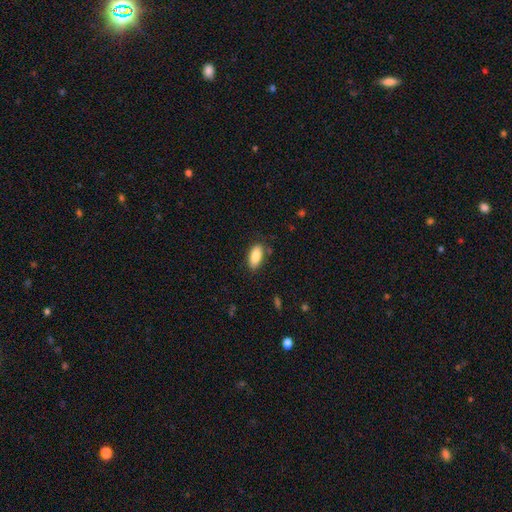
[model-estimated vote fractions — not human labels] Smooth or featured? Predicted: smooth (p=0.86). How rounded? Predicted: in between (p=0.88). Merging? Predicted: none (p=0.80).